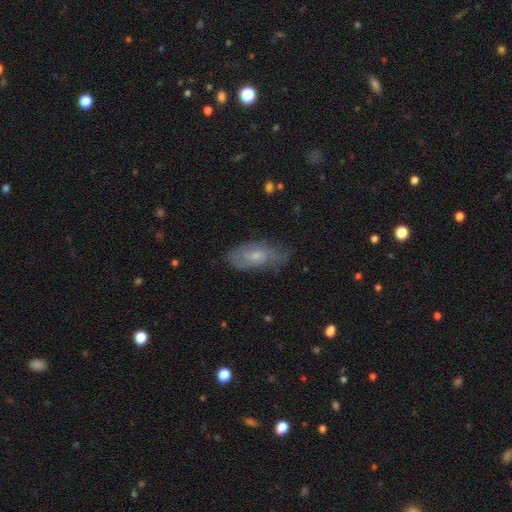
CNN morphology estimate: smooth 51%, featured or disk 41%, star or artifact 8%. Down the decision tree: how rounded — in between (82%); merging — none (65%).